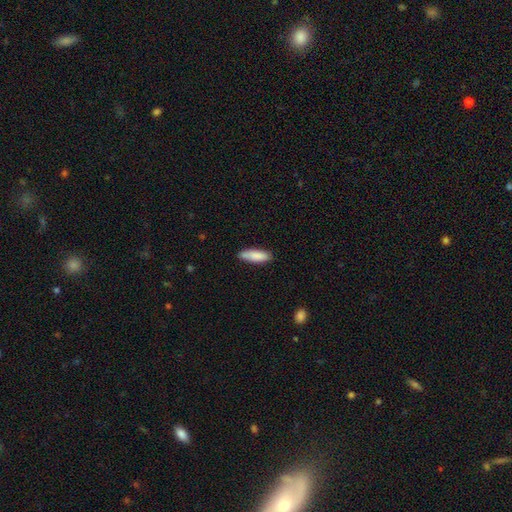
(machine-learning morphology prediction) Q: Smooth or featured?
A: smooth (86%); runner-up: featured or disk (8%)
Q: How rounded?
A: cigar-shaped (51%); runner-up: in between (47%)
Q: Merging?
A: none (79%); runner-up: minor disturbance (17%)